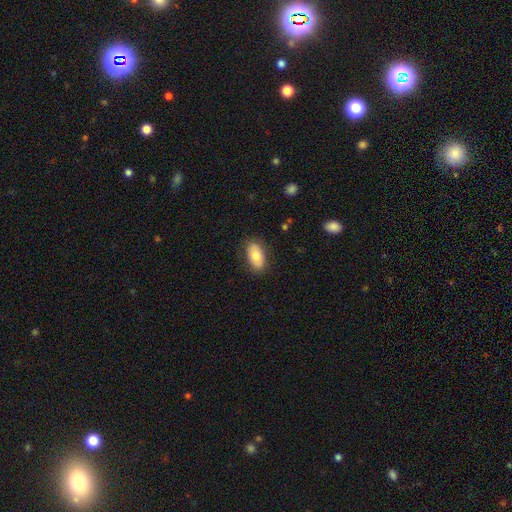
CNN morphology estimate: Smooth or featured? smooth (77%)
How rounded? in between (93%)
Merging? none (85%)